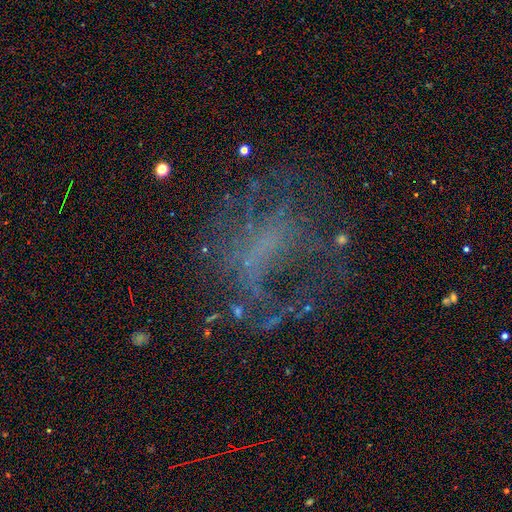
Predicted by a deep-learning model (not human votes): Smooth or featured? Predicted: featured or disk (p=0.53). Edge-on disk? Predicted: no (p=0.96). Bar? Predicted: no (p=0.67). Spiral arms? Predicted: no (p=0.68). Bulge size? Predicted: none (p=0.70). Merging? Predicted: none (p=0.45).